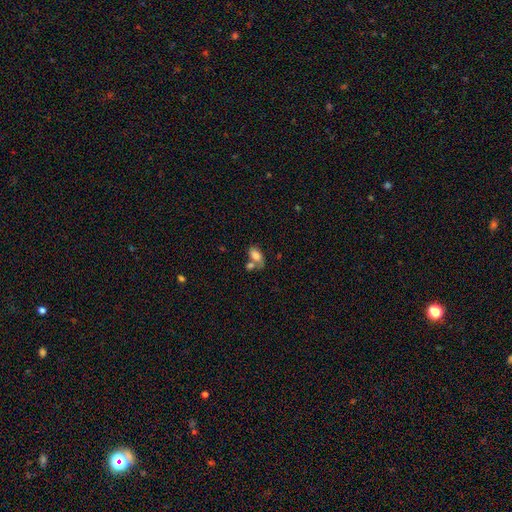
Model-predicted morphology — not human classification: smooth-or-featured: smooth: 78% | featured or disk: 13% | star or artifact: 9%
  how-rounded: in between: 89% | round: 8% | cigar-shaped: 2%
  merging: merger: 40% | none: 37% | minor disturbance: 15% | major disturbance: 8%